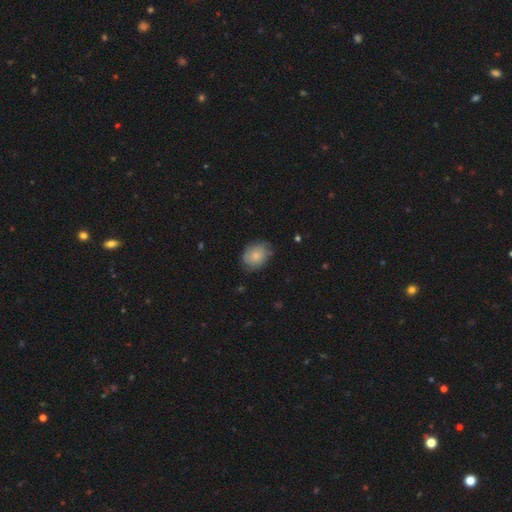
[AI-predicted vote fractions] smooth_or_featured: smooth (p=0.70) [alt: featured or disk p=0.23]
how_rounded: in between (p=0.59) [alt: round p=0.40]
merging: none (p=0.66) [alt: minor disturbance p=0.27]